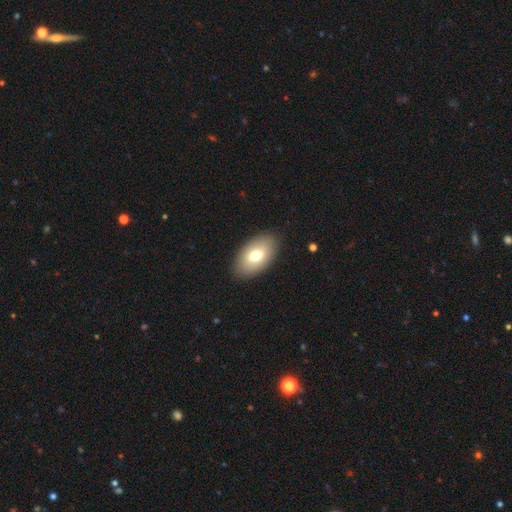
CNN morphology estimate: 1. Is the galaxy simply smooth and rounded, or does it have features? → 73% smooth, 20% featured or disk, 7% star or artifact.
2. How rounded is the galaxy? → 94% in between, 4% round, 2% cigar-shaped.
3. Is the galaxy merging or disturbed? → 88% none, 9% minor disturbance, 2% major disturbance, 1% merger.